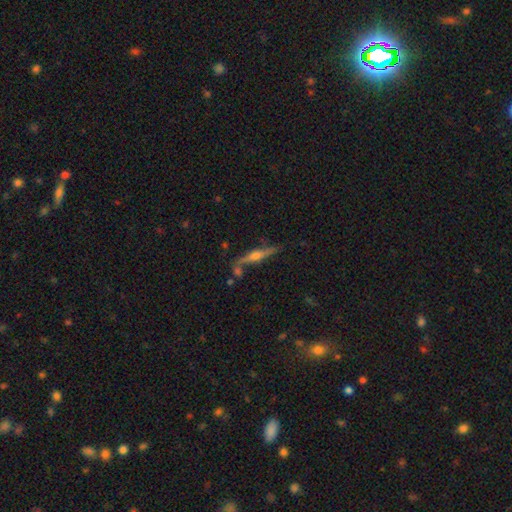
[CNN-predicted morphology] Smooth or featured: featured or disk — 74% (smooth — 18%)
Edge-on disk: yes — 94% (no — 6%)
Edge-on bulge: rounded — 89% (none — 6%)
Merging: none — 72% (minor disturbance — 15%)